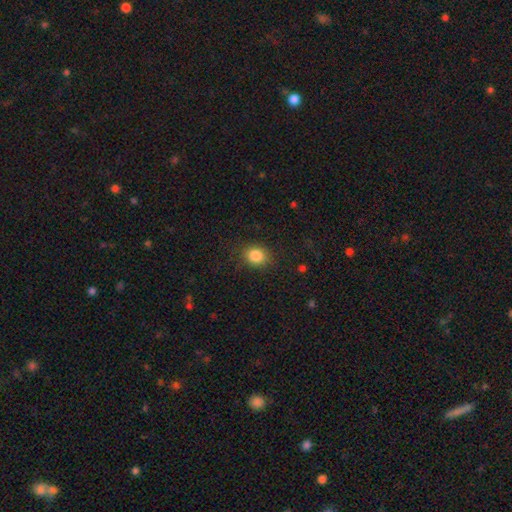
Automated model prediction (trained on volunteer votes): A smooth galaxy with no disk features (85%) that is round (64%). Merging: none (84%).